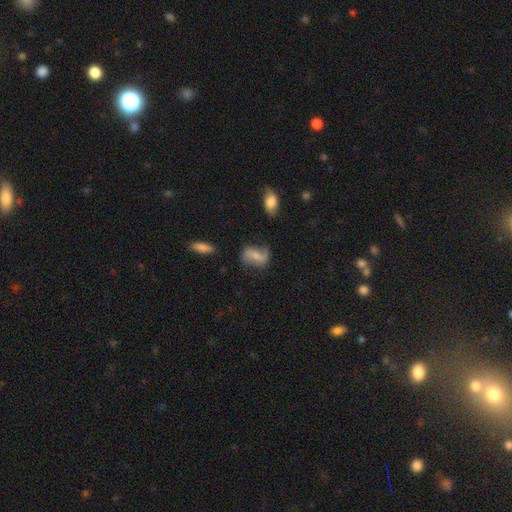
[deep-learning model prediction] This is likely a featured or disk galaxy (61%). It is clearly not viewed edge-on (95%). Bar: marginally weak (38%). Spiral arm pattern: clearly yes (86%). Central bulge: possibly moderate (50%). Merging: likely none (71%).